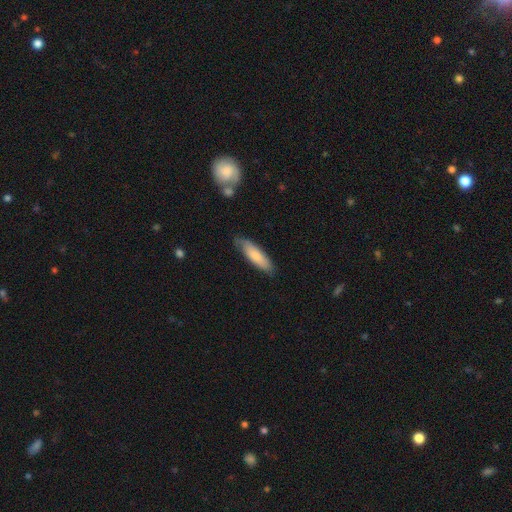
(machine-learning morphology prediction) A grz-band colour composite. It shows a smooth galaxy with no disk features (75%) that is cigar-shaped (51%). Merging: none (71%).